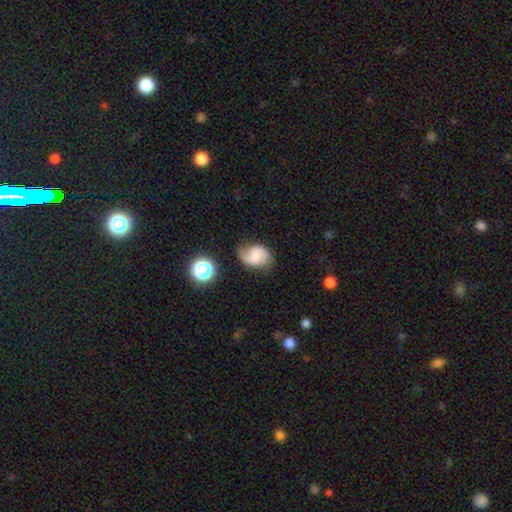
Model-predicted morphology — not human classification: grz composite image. It shows a smooth galaxy with no disk features (45%). Merging: none (51%).